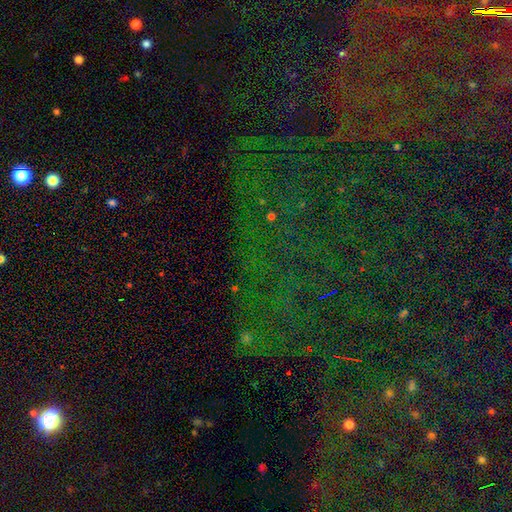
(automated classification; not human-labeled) smooth-or-featured: star or artifact: 80% | smooth: 11% | featured or disk: 9%